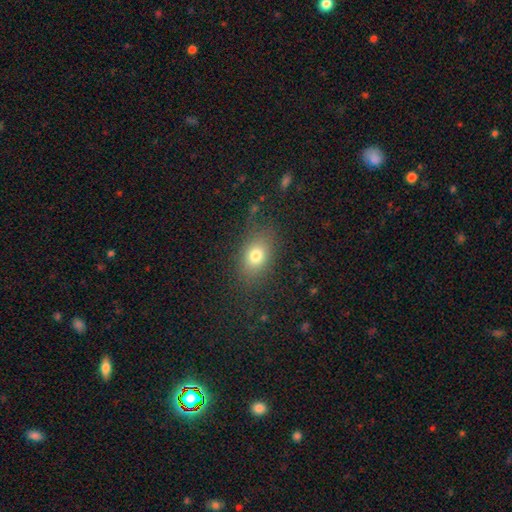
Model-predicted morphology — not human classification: A smooth galaxy with no disk features (76%) that is in between round and cigar-shaped (71%).

Vote fractions:
- Smooth or featured? smooth: 76% / star or artifact: 12% / featured or disk: 11%
- How rounded? in between: 71% / round: 27% / cigar-shaped: 2%
- Merging? none: 79% / minor disturbance: 13% / major disturbance: 6% / merger: 1%